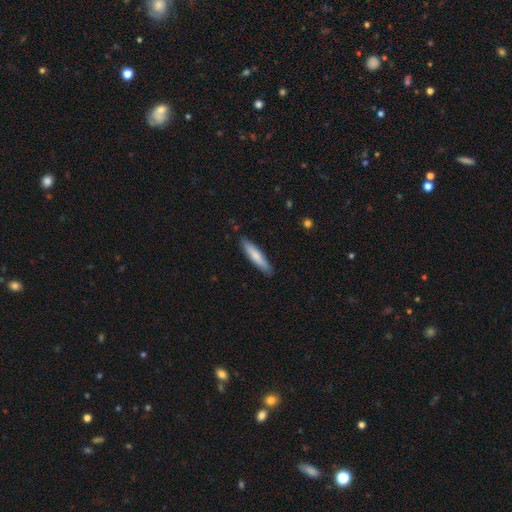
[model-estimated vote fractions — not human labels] Q: Smooth or featured?
A: smooth (75%); runner-up: featured or disk (20%)
Q: How rounded?
A: cigar-shaped (86%); runner-up: in between (13%)
Q: Merging?
A: none (87%); runner-up: minor disturbance (10%)